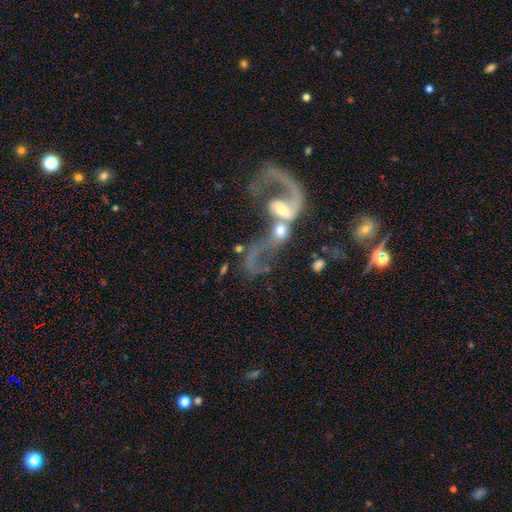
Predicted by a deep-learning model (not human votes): smooth-or-featured: featured or disk: 75% | smooth: 13% | star or artifact: 11%
  disk-edge-on: no: 96% | yes: 4%
    bar: no: 54% | weak: 33% | strong: 14%
    has-spiral-arms: yes: 77% | no: 23%
      spiral-winding: loose: 71% | medium: 22% | tight: 7%
      spiral-arm-count: 2: 49% | 1: 33% | can't tell: 10% | 3: 3% | 4: 2% | more than 4: 2%
    bulge-size: moderate: 48% | small: 31% | none: 10% | large: 8% | dominant: 2%
  merging: merger: 65% | major disturbance: 18% | none: 11% | minor disturbance: 5%